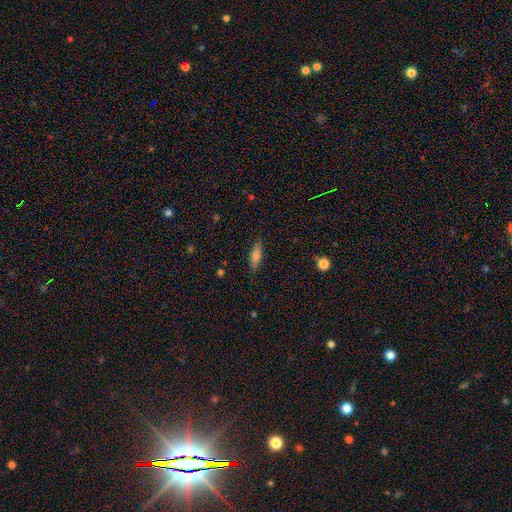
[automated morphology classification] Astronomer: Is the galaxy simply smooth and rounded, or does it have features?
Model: smooth — 67%.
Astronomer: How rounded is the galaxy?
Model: cigar-shaped — 52% (runner-up: in between, 46%).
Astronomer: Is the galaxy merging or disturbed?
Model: none — 85%.